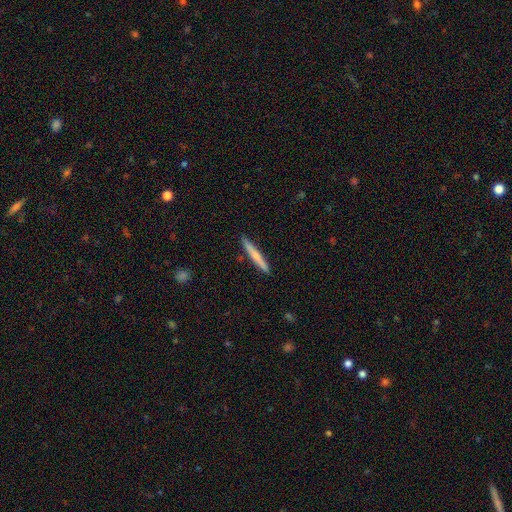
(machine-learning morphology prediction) Smooth or featured?
  - smooth: 61% *
  - featured or disk: 33%
  - star or artifact: 5%
How rounded?
  - cigar-shaped: 96% *
  - in between: 3%
  - round: 1%
Merging?
  - none: 91% *
  - minor disturbance: 6%
  - major disturbance: 1%
  - merger: 1%